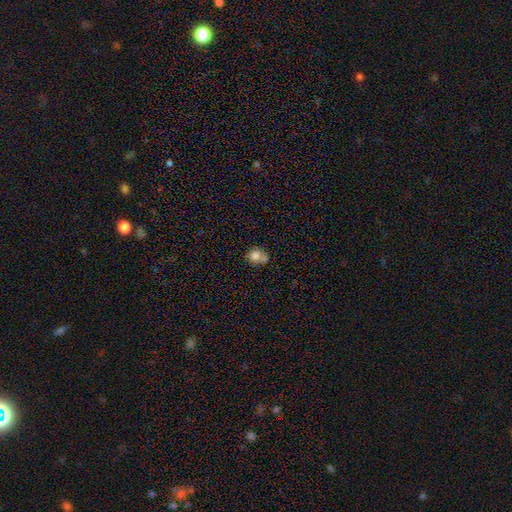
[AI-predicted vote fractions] The model was most divided on "merging": none: 43%, merger: 29%, minor disturbance: 21%, major disturbance: 7%. More confident: smooth or featured — smooth (77%); how rounded — round (63%).